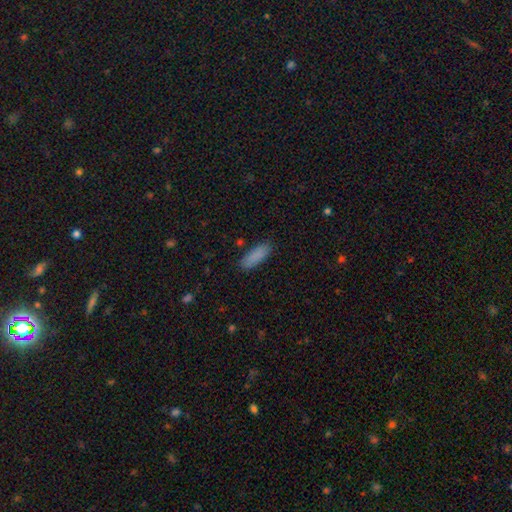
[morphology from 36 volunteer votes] smooth_or_featured: smooth (p=0.92) [alt: featured or disk p=0.06]
how_rounded: cigar-shaped (p=0.58) [alt: in between p=0.39]
merging: none (p=0.91) [alt: minor disturbance p=0.06]